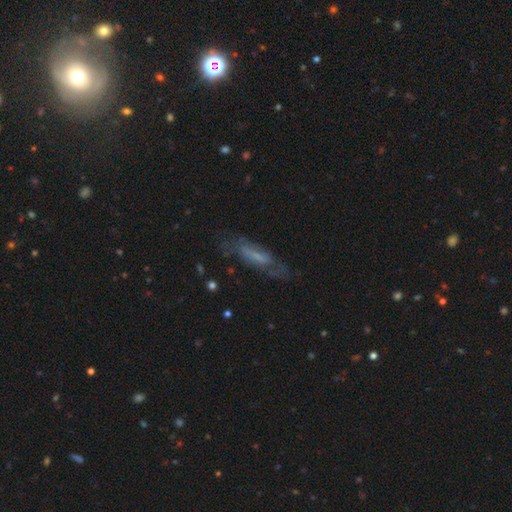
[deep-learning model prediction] Smooth or featured?
  - featured or disk: 56% *
  - smooth: 33%
  - star or artifact: 10%
Edge-on disk?
  - no: 73% *
  - yes: 27%
Merging?
  - none: 65% *
  - minor disturbance: 20%
  - major disturbance: 13%
  - merger: 2%